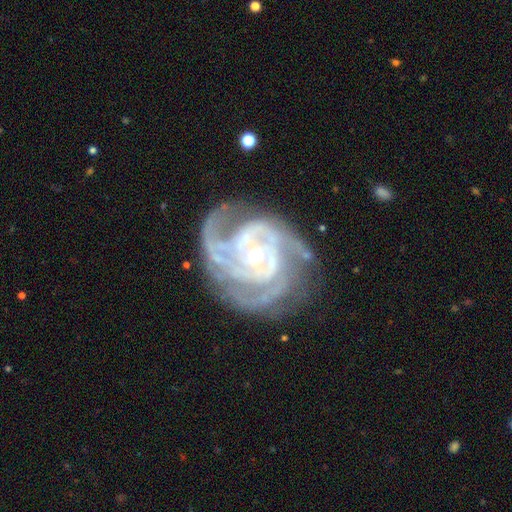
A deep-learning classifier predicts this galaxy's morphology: featured or disk 91%, star or artifact 5%, smooth 4%. Down the decision tree: edge-on disk — no (98%); bar — no (64%); spiral arms — yes (97%); spiral arm count — 3 (31%); spiral winding — tight (57%); bulge size — small (54%); merging — none (60%).